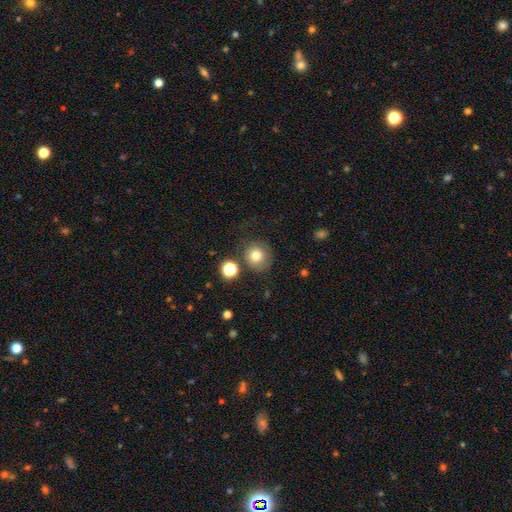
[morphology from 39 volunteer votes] Smooth or featured? 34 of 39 (87%) said smooth. How rounded? 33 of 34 (97%) said round. Merging? 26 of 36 (72%) said none.